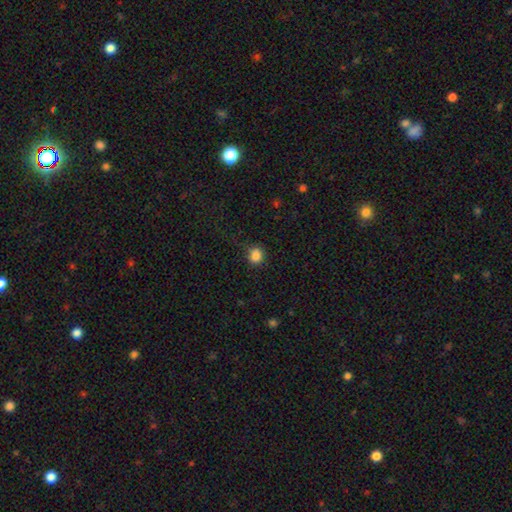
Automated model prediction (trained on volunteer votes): Smooth or featured?
  - smooth: 85% *
  - star or artifact: 11%
  - featured or disk: 4%
How rounded?
  - round: 79% *
  - in between: 20%
  - cigar-shaped: 1%
Merging?
  - none: 80% *
  - minor disturbance: 14%
  - major disturbance: 4%
  - merger: 1%